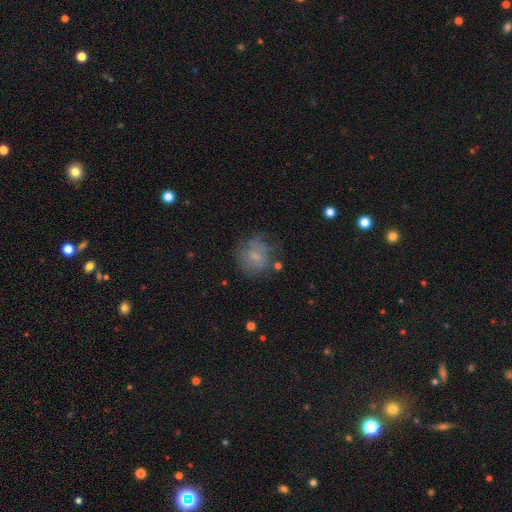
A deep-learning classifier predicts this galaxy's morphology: Smooth or featured? Predicted: smooth (p=0.55). How rounded? Predicted: round (p=0.76). Merging? Predicted: none (p=0.57).